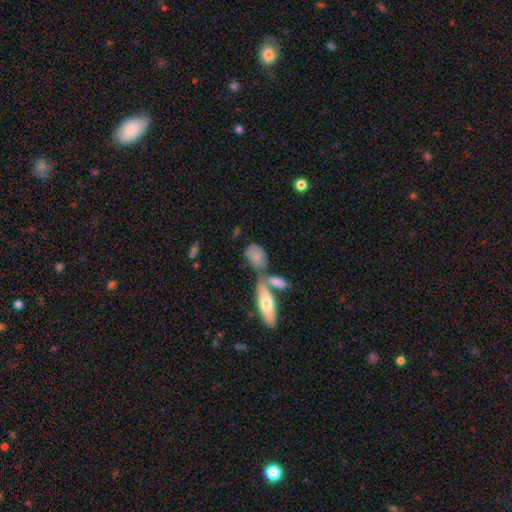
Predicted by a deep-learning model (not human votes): Smooth or featured: smooth — 73% (featured or disk — 21%)
How rounded: in between — 81% (round — 10%)
Merging: merger — 43% (none — 36%)